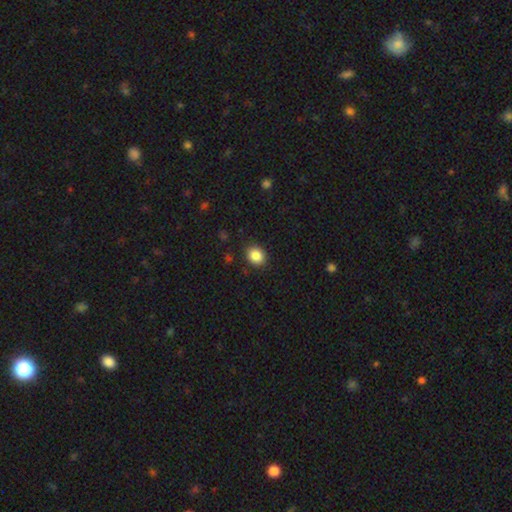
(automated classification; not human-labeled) A smooth galaxy with no disk features (86%) that is round (64%).

Vote fractions:
- Smooth or featured? smooth: 86% / star or artifact: 9% / featured or disk: 4%
- How rounded? round: 64% / in between: 35% / cigar-shaped: 1%
- Merging? none: 89% / minor disturbance: 7% / major disturbance: 2% / merger: 1%